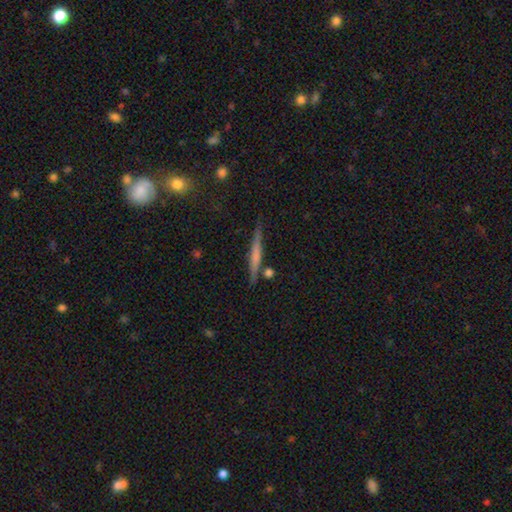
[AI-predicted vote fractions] Smooth or featured: featured or disk — 47% (smooth — 45%)
Merging: none — 81% (minor disturbance — 11%)